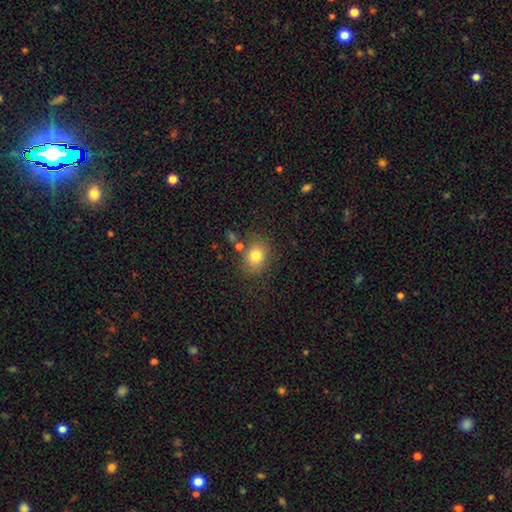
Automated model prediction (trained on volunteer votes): Overall: smooth (80%). How rounded: round (53%; in between 46%). Merging: none (76%).